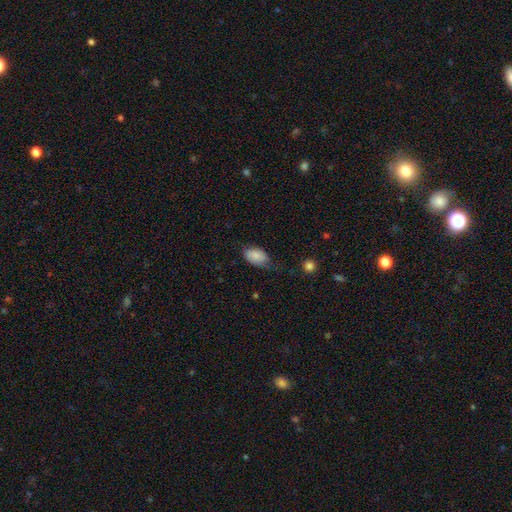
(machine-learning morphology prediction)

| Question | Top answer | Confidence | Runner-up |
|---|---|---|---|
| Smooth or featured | smooth | 82% | featured or disk (11%) |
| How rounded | in between | 90% | round (8%) |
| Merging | none | 52% | minor disturbance (36%) |